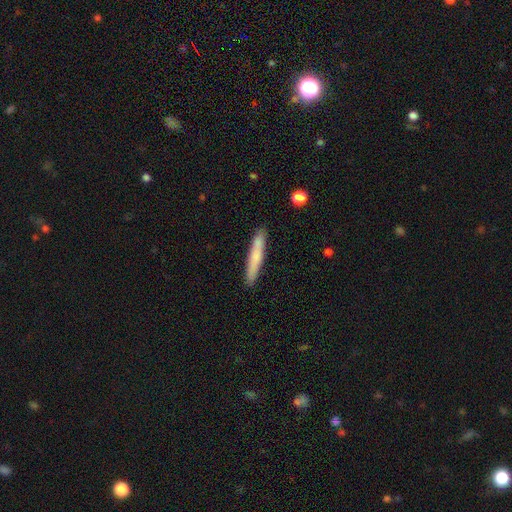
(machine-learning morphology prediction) smooth_or_featured: smooth (p=0.68) [alt: featured or disk p=0.26]
how_rounded: cigar-shaped (p=0.95) [alt: in between p=0.04]
merging: none (p=0.88) [alt: minor disturbance p=0.08]